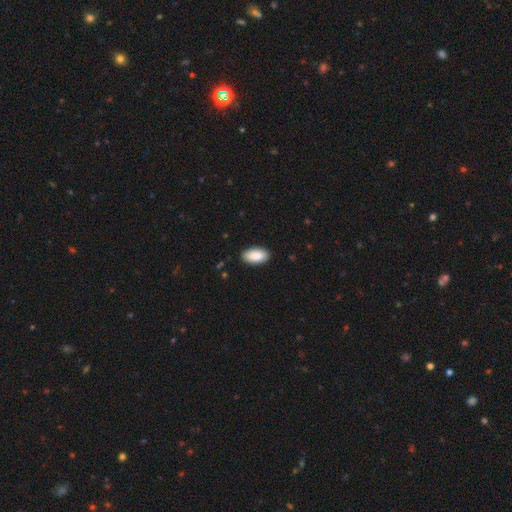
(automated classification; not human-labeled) Smooth or featured? Predicted: smooth (p=0.90). How rounded? Predicted: in between (p=0.95). Merging? Predicted: none (p=0.88).